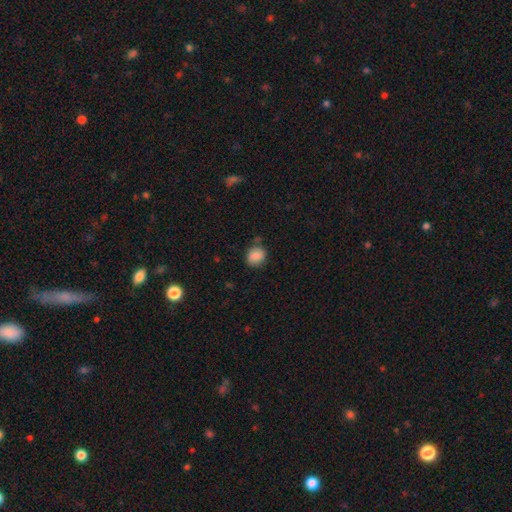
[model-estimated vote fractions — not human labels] Smooth or featured? Predicted: smooth (p=0.86). How rounded? Predicted: round (p=0.71). Merging? Predicted: none (p=0.76).